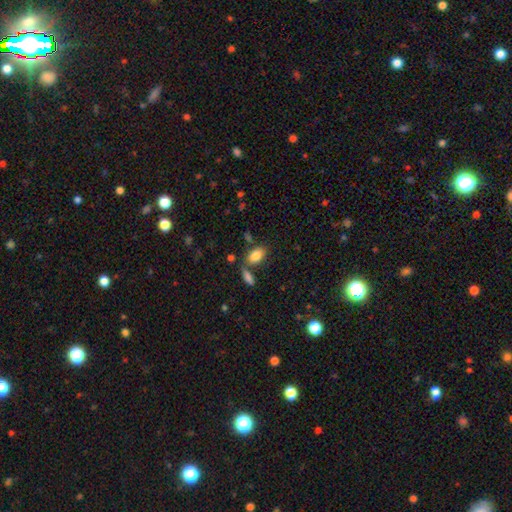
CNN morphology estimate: smooth-or-featured: smooth: 85% | featured or disk: 8% | star or artifact: 7%
  how-rounded: in between: 91% | round: 6% | cigar-shaped: 3%
  merging: none: 68% | merger: 16% | minor disturbance: 12% | major disturbance: 4%